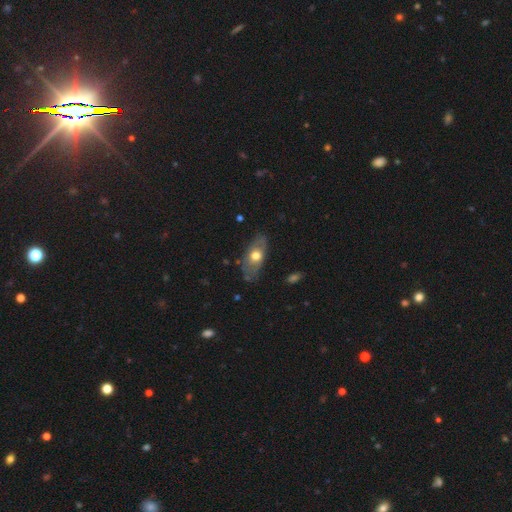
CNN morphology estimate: featured or disk 47% (tied), smooth 47% (tied), star or artifact 6%. Down the decision tree: merging — none (71%).